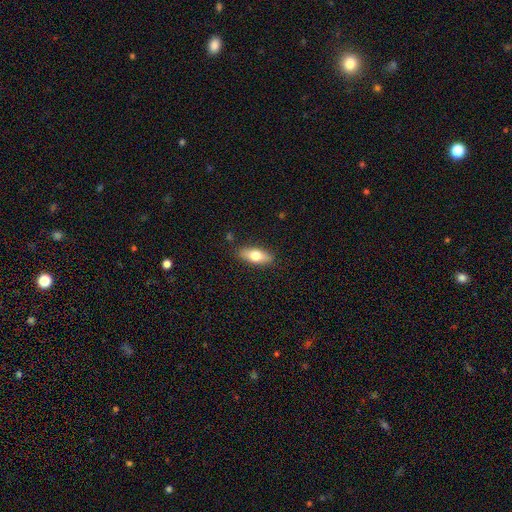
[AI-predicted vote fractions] Smooth or featured? Predicted: smooth (p=0.70). How rounded? Predicted: in between (p=0.76). Merging? Predicted: none (p=0.87).